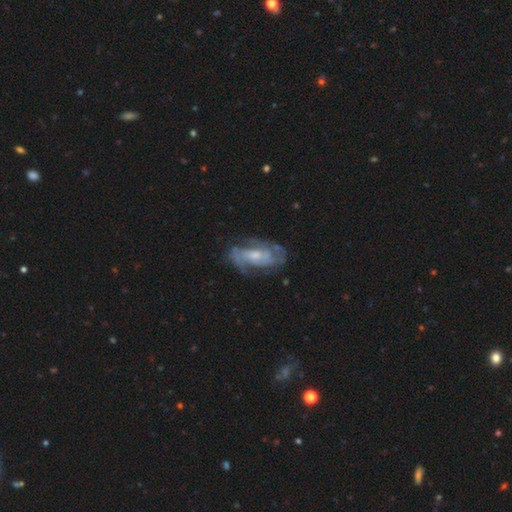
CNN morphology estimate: Smooth or featured: featured or disk — 78% (smooth — 16%)
Edge-on disk: no — 93% (yes — 7%)
Bar: no — 53% (weak — 37%)
Spiral arms: yes — 85% (no — 15%)
Spiral winding: medium — 44% (tight — 37%)
Spiral arm count: 2 — 53% (can't tell — 28%)
Bulge size: moderate — 44% (small — 43%)
Merging: none — 68% (minor disturbance — 19%)